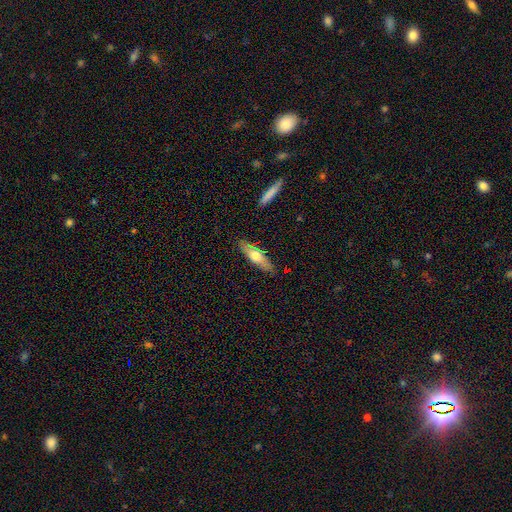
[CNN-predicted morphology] Q: Smooth or featured?
A: smooth (56%); runner-up: featured or disk (38%)
Q: How rounded?
A: cigar-shaped (53%); runner-up: in between (44%)
Q: Merging?
A: none (83%); runner-up: minor disturbance (12%)